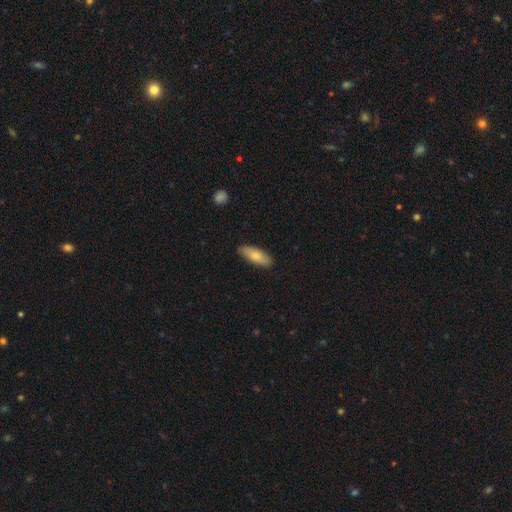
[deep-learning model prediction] Smooth or featured? Predicted: smooth (p=0.75). How rounded? Predicted: in between (p=0.71). Merging? Predicted: none (p=0.86).